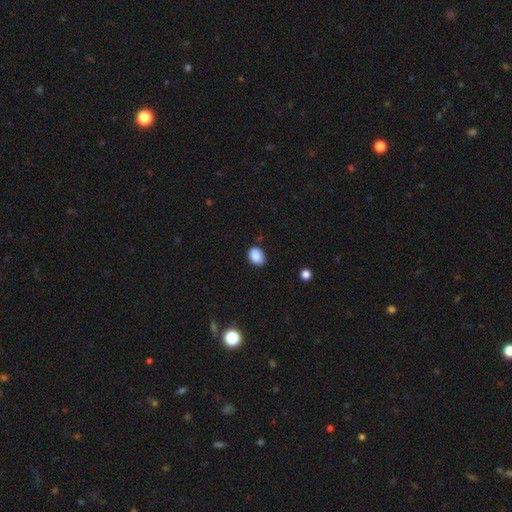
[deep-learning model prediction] Smooth or featured? smooth (87%)
How rounded? in between (67%)
Merging? none (80%)